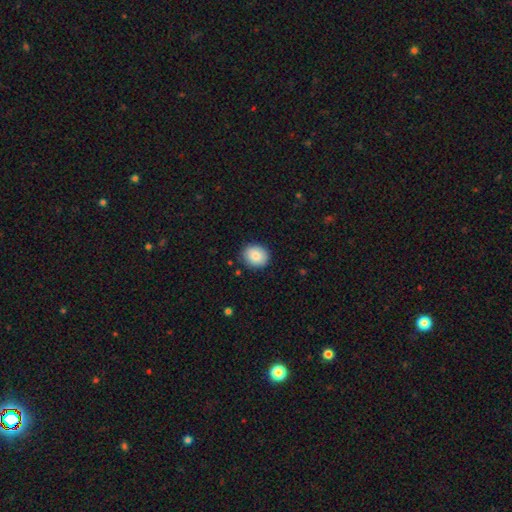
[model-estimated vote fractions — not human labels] A smooth galaxy with no disk features (86%) that is round (72%).

Vote fractions:
- Smooth or featured? smooth: 86% / star or artifact: 7% / featured or disk: 6%
- How rounded? round: 72% / in between: 27% / cigar-shaped: 1%
- Merging? none: 89% / minor disturbance: 8% / major disturbance: 2% / merger: 1%